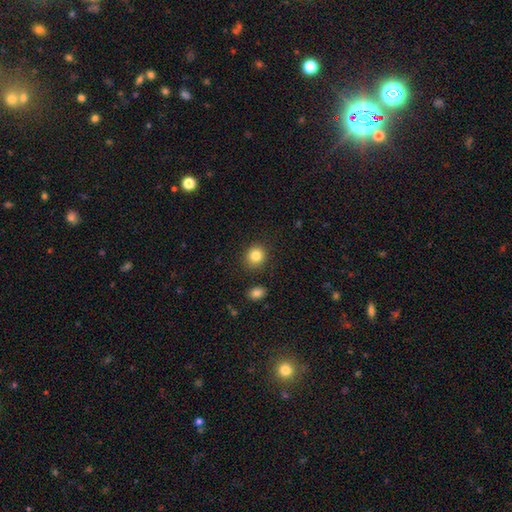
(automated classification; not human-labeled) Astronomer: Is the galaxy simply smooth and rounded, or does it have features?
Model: smooth — 84%.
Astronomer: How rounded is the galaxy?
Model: round — 80%.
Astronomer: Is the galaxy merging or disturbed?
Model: none — 87%.